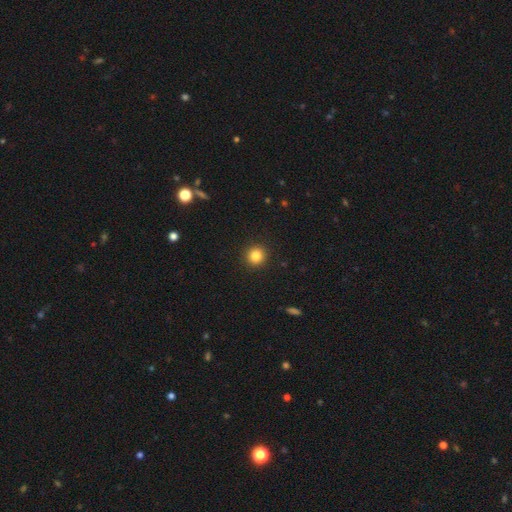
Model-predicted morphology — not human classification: A smooth galaxy with no disk features (84%) that is round (92%).

Vote fractions:
- Smooth or featured? smooth: 84% / star or artifact: 11% / featured or disk: 5%
- How rounded? round: 92% / in between: 7% / cigar-shaped: 1%
- Merging? none: 92% / minor disturbance: 5% / major disturbance: 2% / merger: 1%